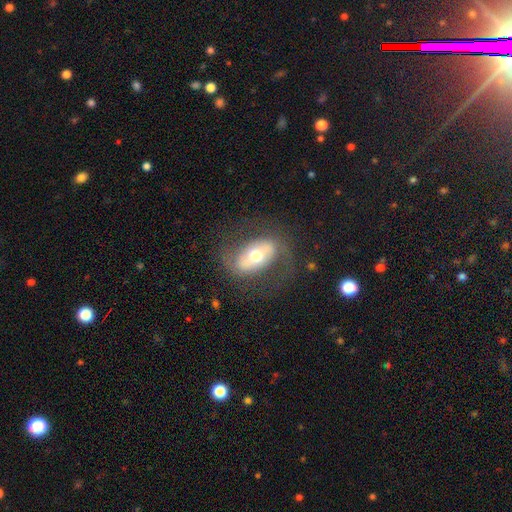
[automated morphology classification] smooth_or_featured: featured or disk (p=0.61) [alt: smooth p=0.32]
disk_edge_on: no (p=0.92) [alt: yes p=0.08]
bar: strong (p=0.37) [alt: no p=0.35]
has_spiral_arms: yes (p=0.62) [alt: no p=0.38]
bulge_size: moderate (p=0.68) [alt: small p=0.17]
merging: none (p=0.71) [alt: minor disturbance p=0.15]